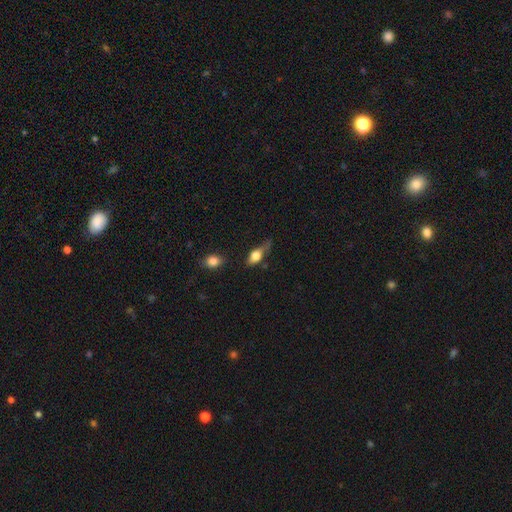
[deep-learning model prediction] The model was most divided on "merging": none: 40%, minor disturbance: 35%, major disturbance: 19%, merger: 6%. More confident: how rounded — in between (70%); smooth or featured — smooth (65%).